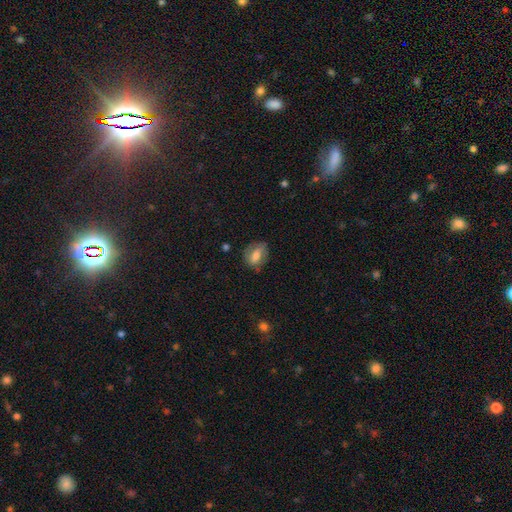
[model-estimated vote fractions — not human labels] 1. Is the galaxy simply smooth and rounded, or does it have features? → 56% smooth, 35% featured or disk, 8% star or artifact.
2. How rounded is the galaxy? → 70% in between, 27% round, 3% cigar-shaped.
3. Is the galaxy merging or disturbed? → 63% none, 25% minor disturbance, 10% major disturbance, 2% merger.